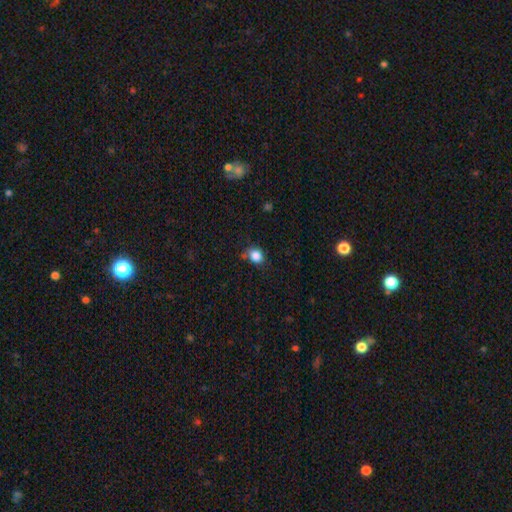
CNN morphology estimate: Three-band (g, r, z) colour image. It shows a smooth galaxy with no disk features (85%) that is round (57%). Merging: none (65%).